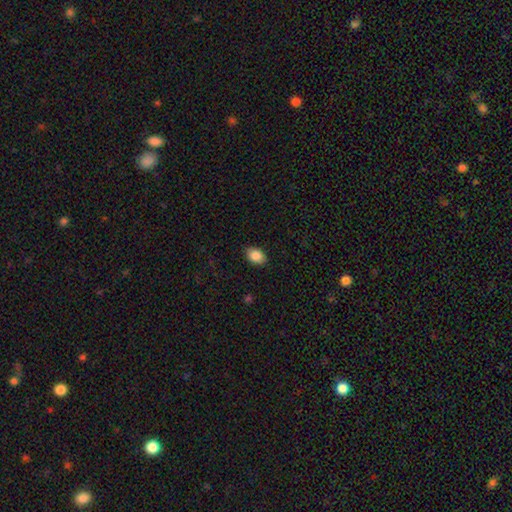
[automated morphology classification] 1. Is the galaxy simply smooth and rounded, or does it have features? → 88% smooth, 8% star or artifact, 4% featured or disk.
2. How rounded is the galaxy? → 81% in between, 18% round, 1% cigar-shaped.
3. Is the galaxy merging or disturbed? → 87% none, 10% minor disturbance, 2% major disturbance, 1% merger.